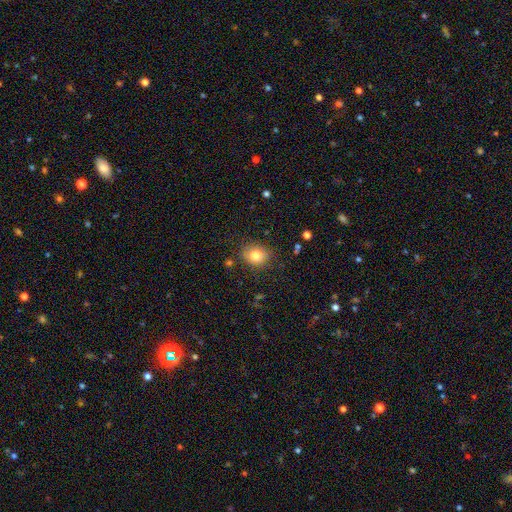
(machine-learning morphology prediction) Smooth or featured?
  - smooth: 80% *
  - star or artifact: 11%
  - featured or disk: 9%
How rounded?
  - round: 59% *
  - in between: 40%
  - cigar-shaped: 1%
Merging?
  - none: 83% *
  - minor disturbance: 12%
  - major disturbance: 3%
  - merger: 2%